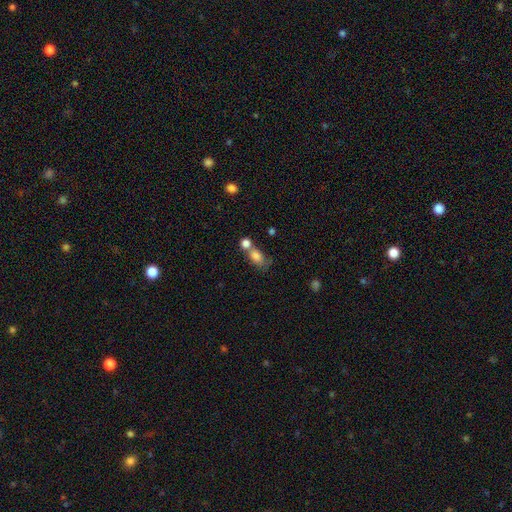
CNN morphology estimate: smooth_or_featured: smooth (p=0.79) [alt: featured or disk p=0.11]
how_rounded: in between (p=0.75) [alt: round p=0.22]
merging: merger (p=0.46) [alt: none p=0.32]